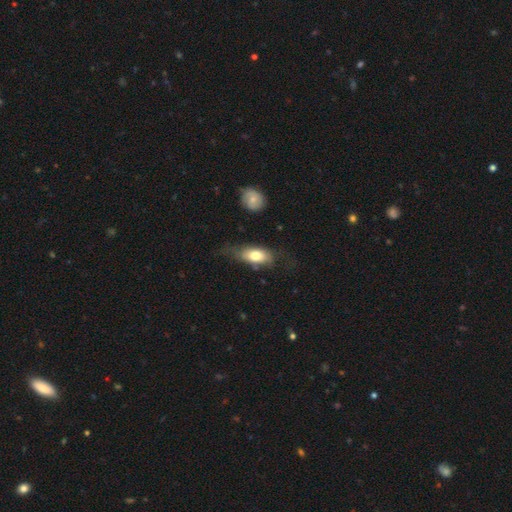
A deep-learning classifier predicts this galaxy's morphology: A smooth galaxy with no disk features (72%) that is in between round and cigar-shaped (86%). Merging: none (51%).